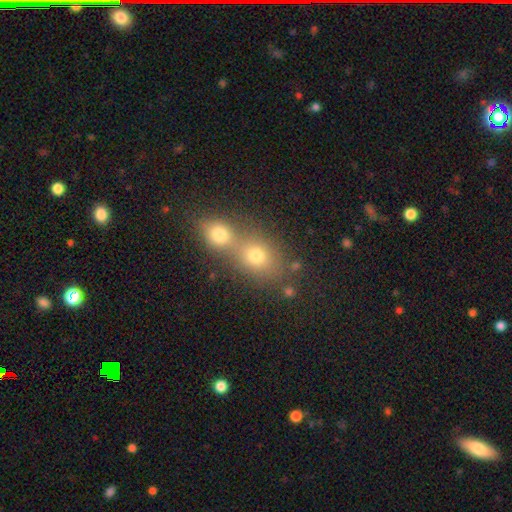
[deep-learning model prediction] Smooth or featured? Predicted: smooth (p=0.69). How rounded? Predicted: round (p=0.62). Merging? Predicted: merger (p=0.59).